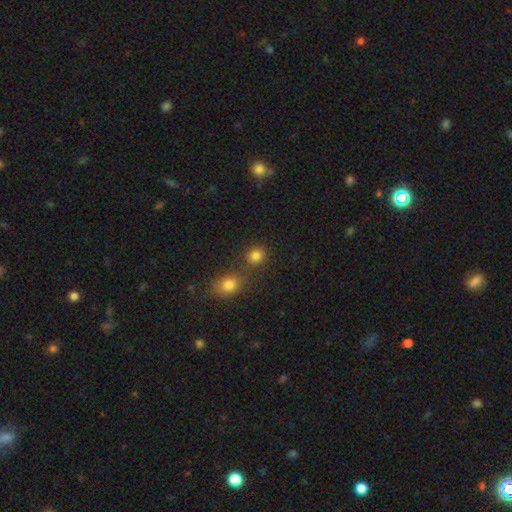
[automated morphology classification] type=smooth (81%); roundness=round (82%); merging=none (67%).